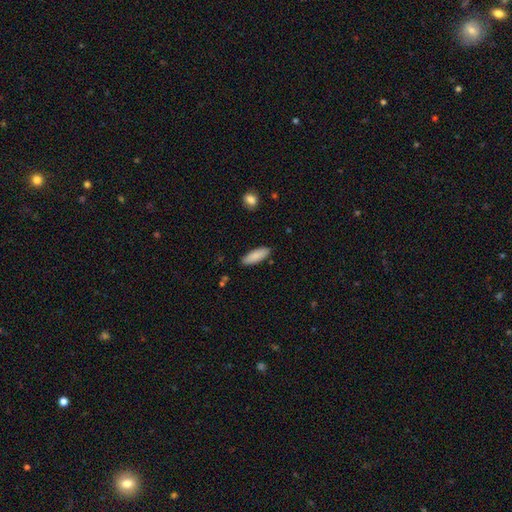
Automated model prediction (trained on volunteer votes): A smooth galaxy with no disk features (87%) that is in between round and cigar-shaped (65%). Merging: none (87%).